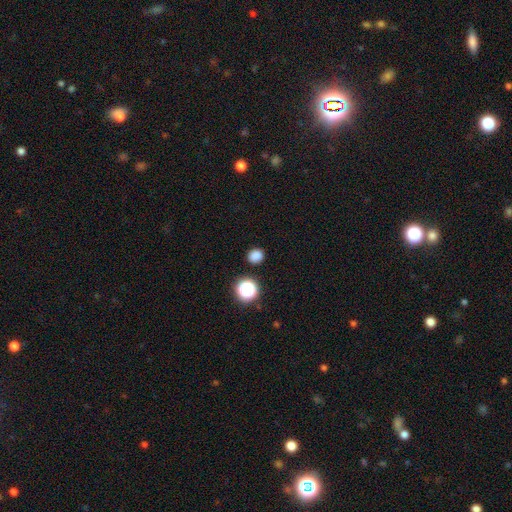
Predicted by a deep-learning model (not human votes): Smooth or featured? Predicted: smooth (p=0.81). How rounded? Predicted: round (p=0.80). Merging? Predicted: none (p=0.89).